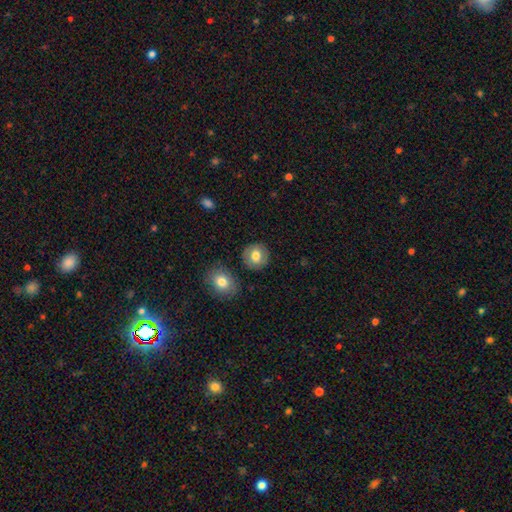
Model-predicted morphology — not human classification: This is likely a smooth galaxy (77%). How rounded: clearly round (87%). Merging: clearly none (87%).